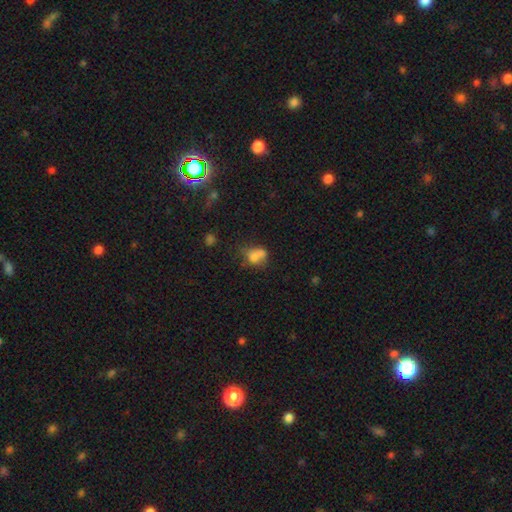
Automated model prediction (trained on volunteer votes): A smooth galaxy with no disk features (66%) that is in between round and cigar-shaped (62%).

Vote fractions:
- Smooth or featured? smooth: 66% / featured or disk: 20% / star or artifact: 14%
- How rounded? in between: 62% / round: 35% / cigar-shaped: 3%
- Merging? merger: 38% / none: 27% / minor disturbance: 18% / major disturbance: 17%